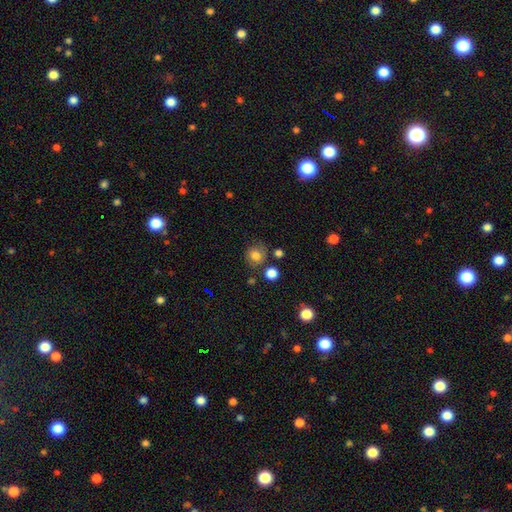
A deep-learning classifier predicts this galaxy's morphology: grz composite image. It shows a smooth galaxy with no disk features (79%) that is round (81%). Merging: none (73%).